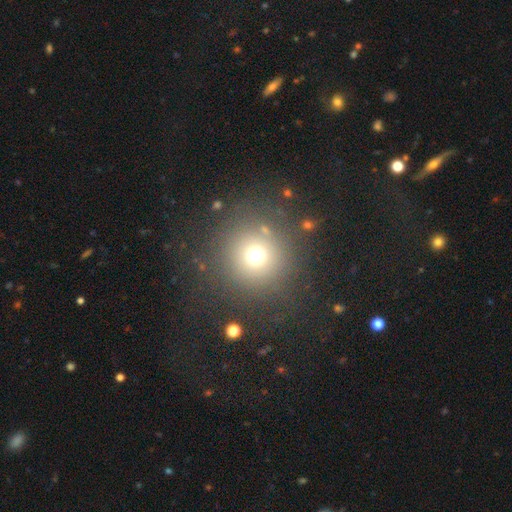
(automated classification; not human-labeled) A smooth galaxy with no disk features (69%) that is round (95%). Merging: none (83%).